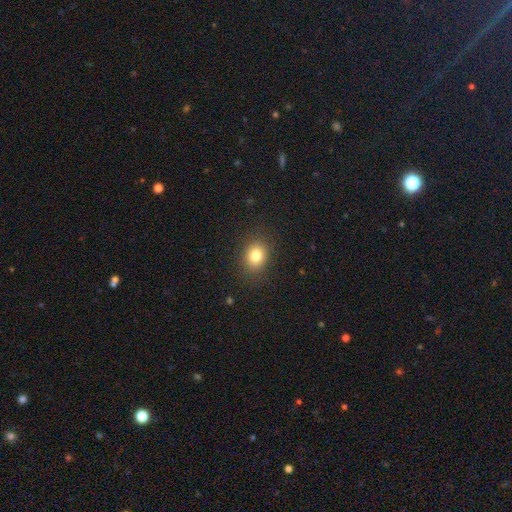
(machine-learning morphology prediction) The model was most divided on "how rounded": round: 55%, in between: 44%, cigar-shaped: 1%. More confident: merging — none (86%); smooth or featured — smooth (81%).